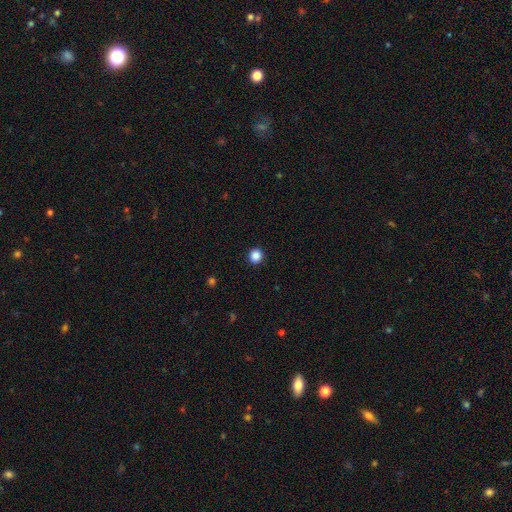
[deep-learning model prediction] Smooth or featured: smooth — 87% (star or artifact — 10%)
How rounded: round — 92% (in between — 7%)
Merging: none — 93% (minor disturbance — 4%)